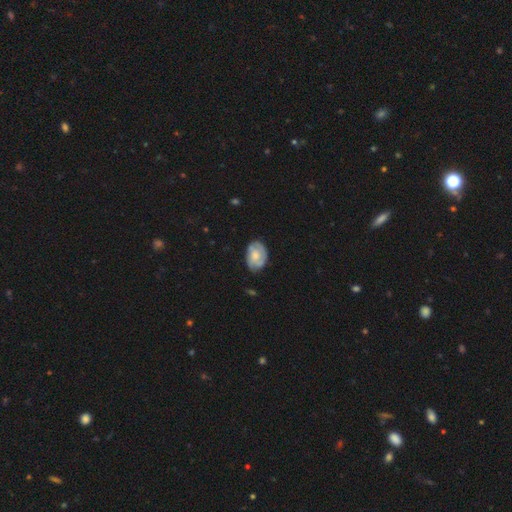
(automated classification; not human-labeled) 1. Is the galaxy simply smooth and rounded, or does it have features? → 52% featured or disk, 41% smooth, 6% star or artifact.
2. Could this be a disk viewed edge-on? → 96% no, 4% yes.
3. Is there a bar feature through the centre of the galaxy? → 78% no, 20% weak, 3% strong.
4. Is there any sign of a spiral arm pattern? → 76% yes, 24% no.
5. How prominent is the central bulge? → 52% moderate, 27% small, 12% large, 8% none, 2% dominant.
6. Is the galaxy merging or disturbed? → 71% none, 22% minor disturbance, 5% major disturbance, 1% merger.